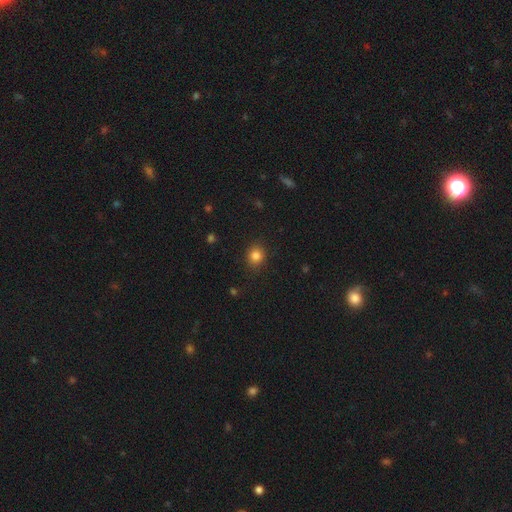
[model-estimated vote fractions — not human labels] Q: Smooth or featured?
A: smooth (84%); runner-up: star or artifact (12%)
Q: How rounded?
A: round (80%); runner-up: in between (19%)
Q: Merging?
A: none (88%); runner-up: minor disturbance (8%)